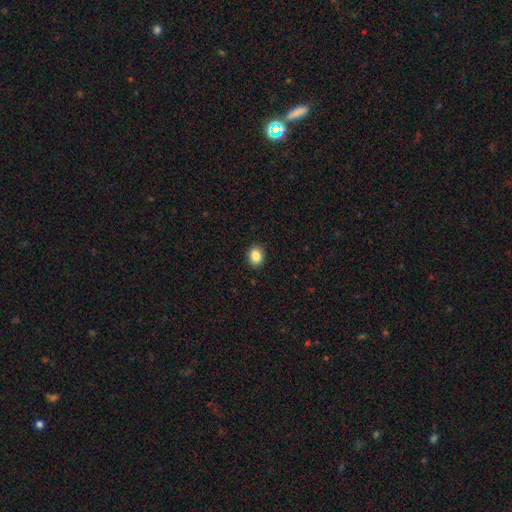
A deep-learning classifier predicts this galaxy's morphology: Smooth or featured?
  - smooth: 86% *
  - star or artifact: 9%
  - featured or disk: 5%
How rounded?
  - round: 60% *
  - in between: 39%
  - cigar-shaped: 1%
Merging?
  - none: 91% *
  - minor disturbance: 7%
  - major disturbance: 2%
  - merger: 1%